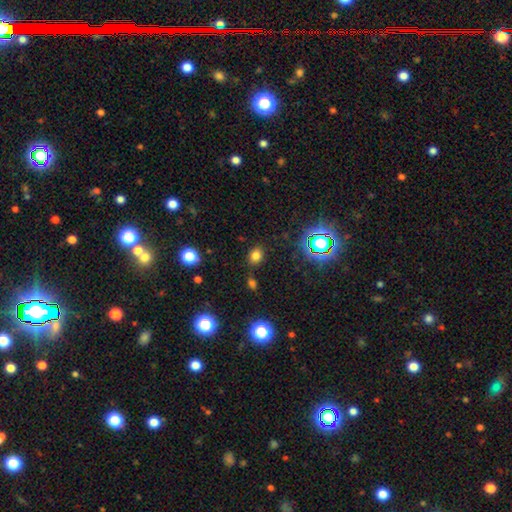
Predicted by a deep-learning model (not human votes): smooth_or_featured: smooth (p=0.75) [alt: star or artifact p=0.19]
how_rounded: round (p=0.53) [alt: in between p=0.46]
merging: none (p=0.80) [alt: minor disturbance p=0.12]